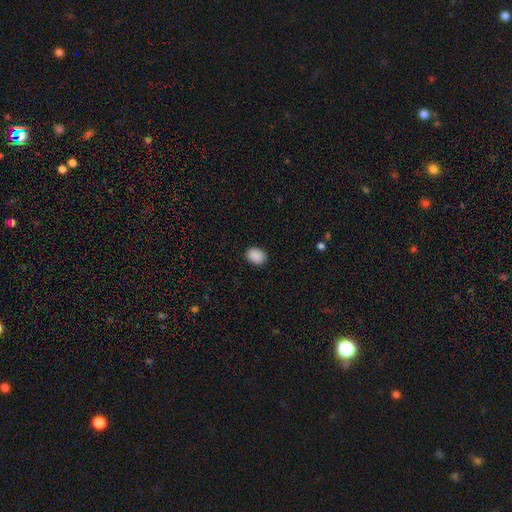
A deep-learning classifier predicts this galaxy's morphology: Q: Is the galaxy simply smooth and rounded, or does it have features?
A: smooth — 90%.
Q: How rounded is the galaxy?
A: in between — 64%.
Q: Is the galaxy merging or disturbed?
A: none — 90%.